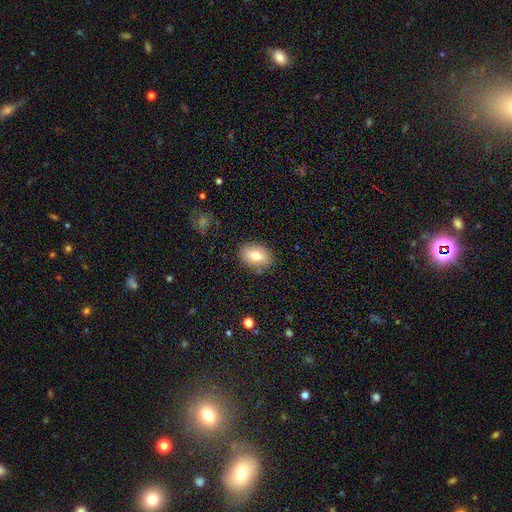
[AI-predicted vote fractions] Overall: smooth (74%). How rounded: in between (83%). Merging: none (83%).